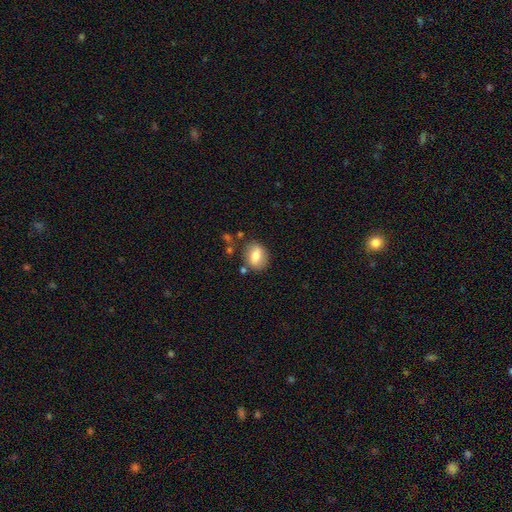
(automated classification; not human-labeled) A smooth galaxy with no disk features (71%) that is in between round and cigar-shaped (58%).

Vote fractions:
- Smooth or featured? smooth: 71% / featured or disk: 21% / star or artifact: 8%
- How rounded? in between: 58% / round: 40% / cigar-shaped: 2%
- Merging? none: 78% / minor disturbance: 13% / merger: 5% / major disturbance: 4%